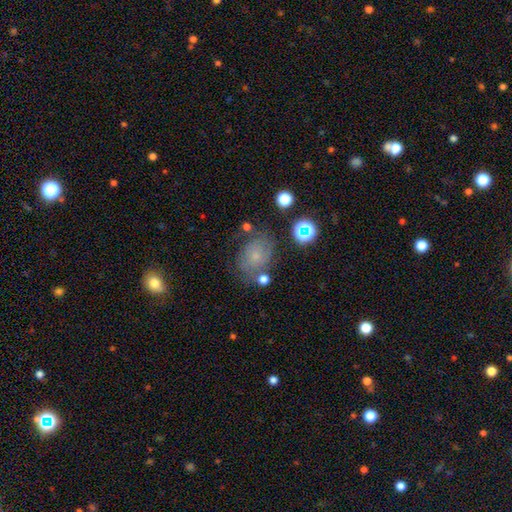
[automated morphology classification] Q: Smooth or featured?
A: smooth (45%); runner-up: featured or disk (37%)
Q: Merging?
A: none (62%); runner-up: minor disturbance (21%)